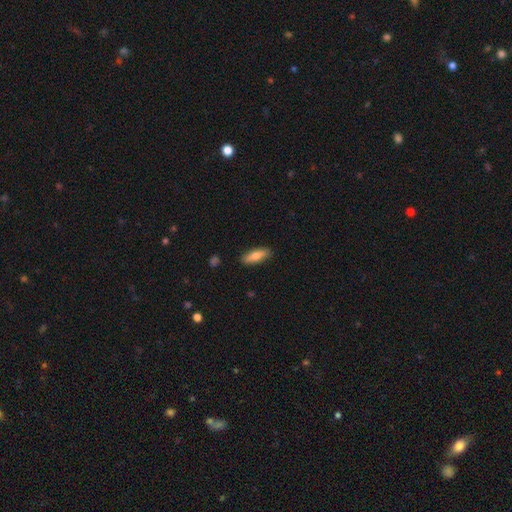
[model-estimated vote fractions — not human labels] smooth-or-featured: smooth: 72% | featured or disk: 22% | star or artifact: 6%
  how-rounded: in between: 50% | cigar-shaped: 47% | round: 2%
  merging: none: 87% | minor disturbance: 9% | major disturbance: 2% | merger: 1%